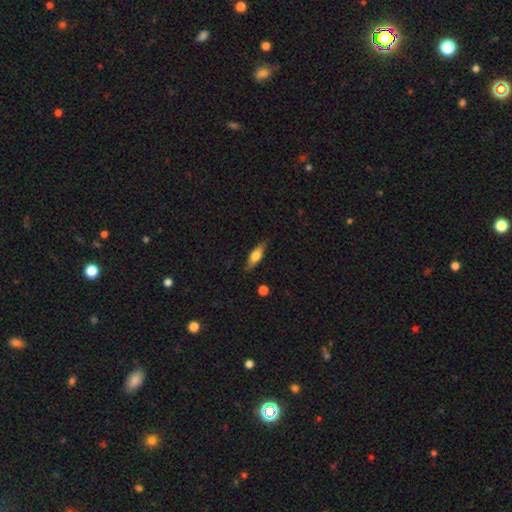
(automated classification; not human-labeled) This appears to be a smooth galaxy with no disk features (54%) that is cigar-shaped (52%). Merging: none (83%).